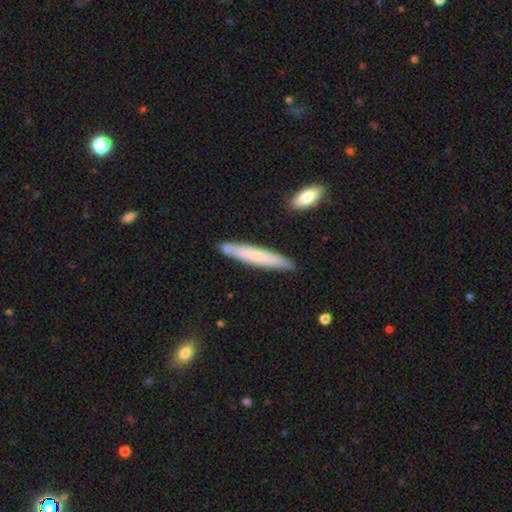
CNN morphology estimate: Smooth or featured? Predicted: smooth (p=0.62). How rounded? Predicted: cigar-shaped (p=0.93). Merging? Predicted: none (p=0.81).